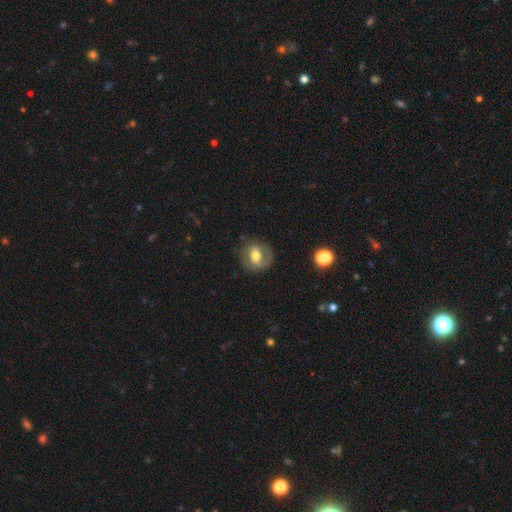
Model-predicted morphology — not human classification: Smooth or featured? Predicted: smooth (p=0.47). Merging? Predicted: none (p=0.76).